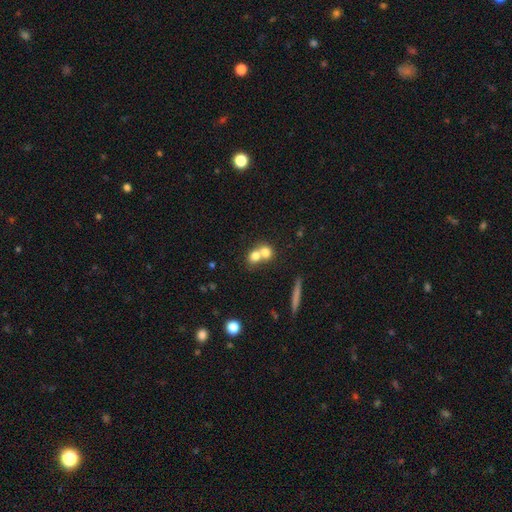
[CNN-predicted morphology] The model was most divided on "how rounded": round: 67%, in between: 30%, cigar-shaped: 2%. More confident: smooth or featured — smooth (72%); merging — merger (66%).